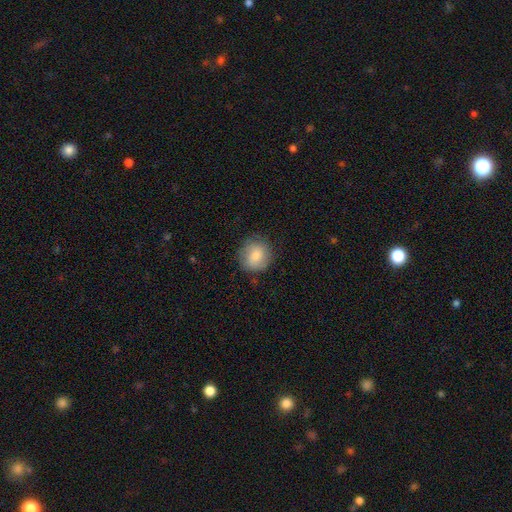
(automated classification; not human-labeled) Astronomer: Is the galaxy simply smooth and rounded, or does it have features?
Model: smooth — 78%.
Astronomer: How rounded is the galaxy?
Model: round — 87%.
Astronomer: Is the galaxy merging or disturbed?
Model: none — 80%.